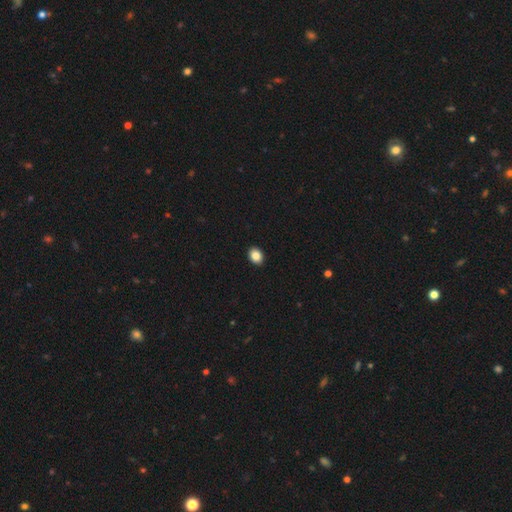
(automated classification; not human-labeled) Q: Smooth or featured?
A: smooth (86%); runner-up: star or artifact (9%)
Q: How rounded?
A: in between (58%); runner-up: round (41%)
Q: Merging?
A: none (92%); runner-up: minor disturbance (5%)